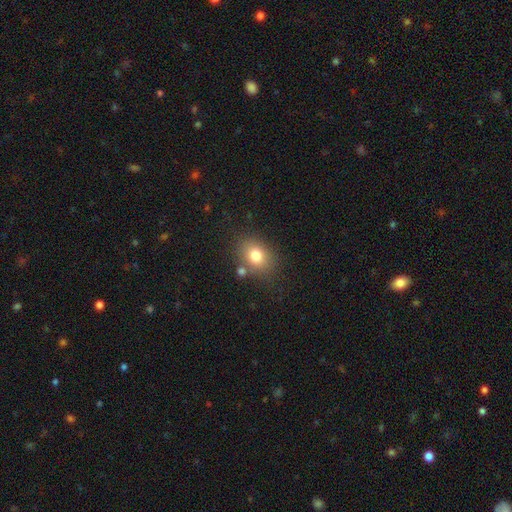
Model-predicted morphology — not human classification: Smooth or featured? Predicted: smooth (p=0.78). How rounded? Predicted: in between (p=0.57). Merging? Predicted: none (p=0.74).